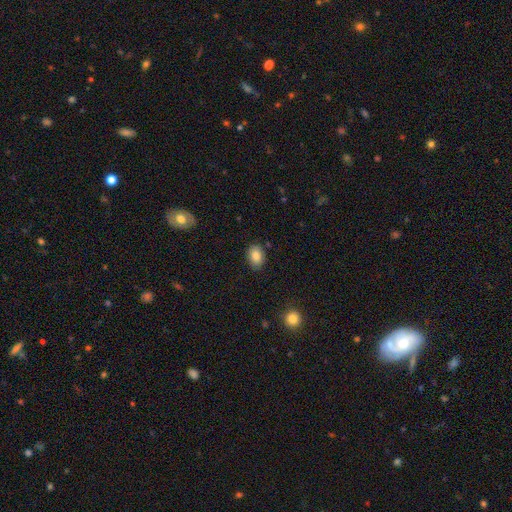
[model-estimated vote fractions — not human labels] A smooth galaxy with no disk features (85%) that is in between round and cigar-shaped (78%). Merging: none (84%).